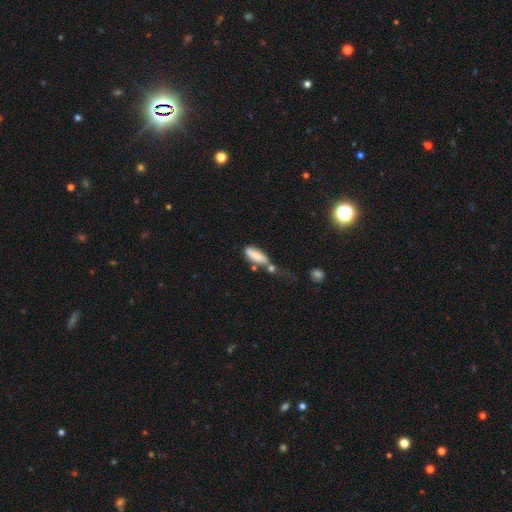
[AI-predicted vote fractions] Q: Smooth or featured?
A: smooth (78%); runner-up: featured or disk (15%)
Q: How rounded?
A: in between (72%); runner-up: cigar-shaped (26%)
Q: Merging?
A: merger (34%); runner-up: none (28%)